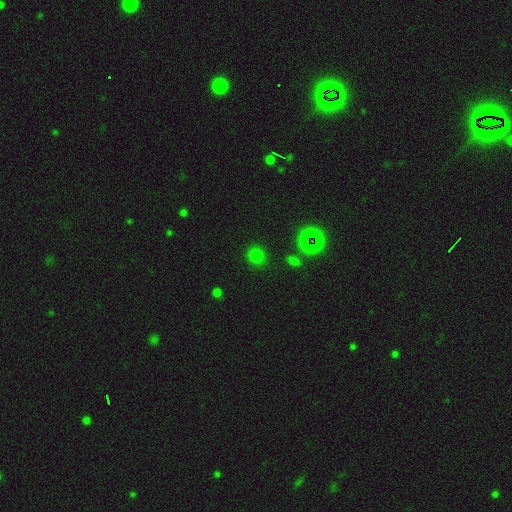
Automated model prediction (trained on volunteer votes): This appears to be a smooth galaxy with no disk features (70%) that is round (89%). Merging: none (86%).